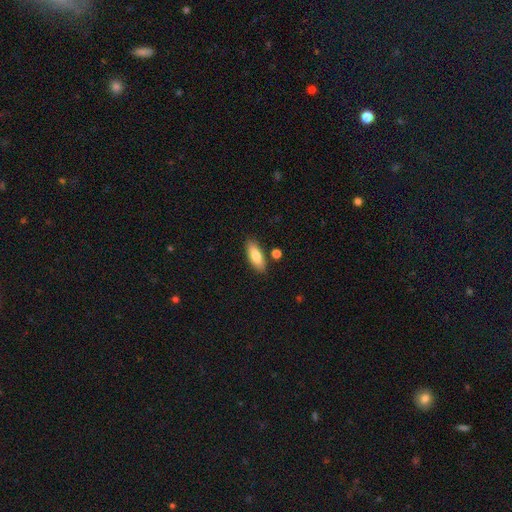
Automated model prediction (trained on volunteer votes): A smooth galaxy with no disk features (78%) that is in between round and cigar-shaped (71%). Merging: none (83%).